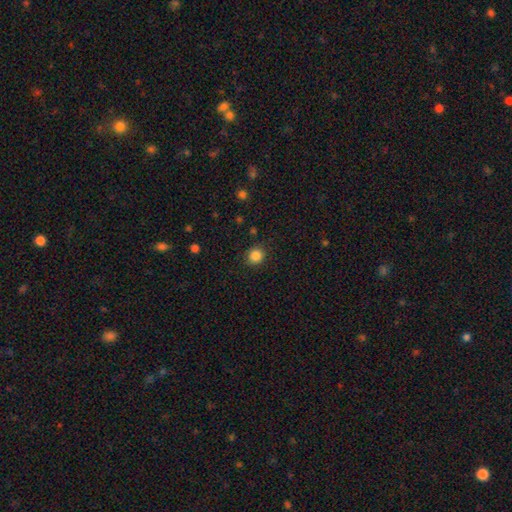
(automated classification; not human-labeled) Morphology: type=smooth (85%); roundness=round (83%); merging=none (88%).